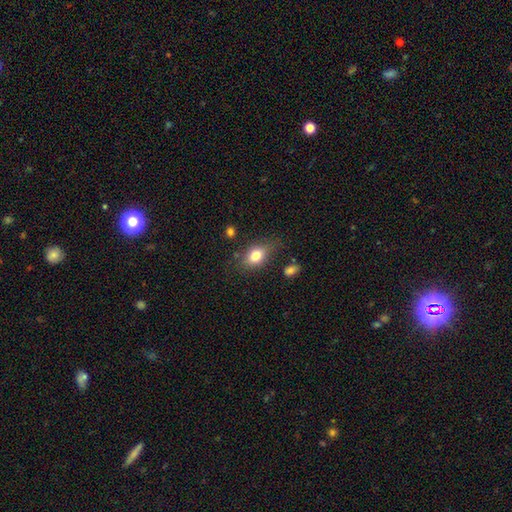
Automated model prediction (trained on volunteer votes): smooth_or_featured: smooth (p=0.78) [alt: featured or disk p=0.13]
how_rounded: in between (p=0.75) [alt: round p=0.23]
merging: none (p=0.68) [alt: minor disturbance p=0.21]